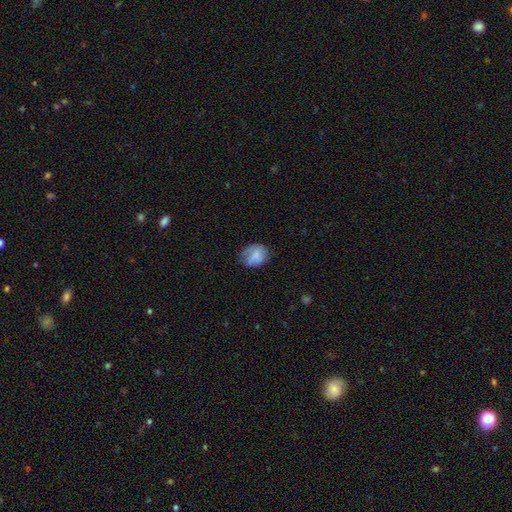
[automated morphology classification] Smooth or featured? smooth (76%)
How rounded? in between (51%)
Merging? none (55%)